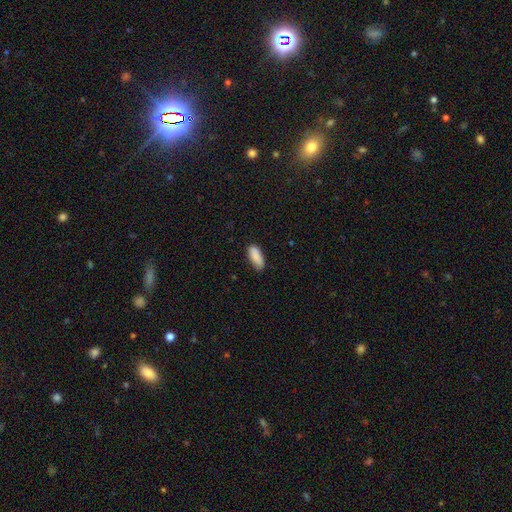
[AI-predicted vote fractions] Overall: smooth (89%). How rounded: in between (77%). Merging: none (80%).